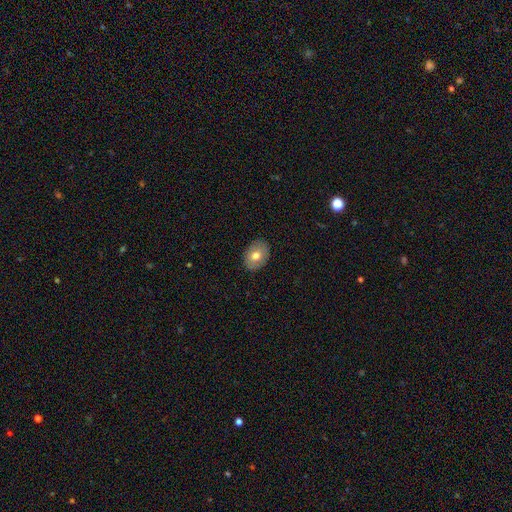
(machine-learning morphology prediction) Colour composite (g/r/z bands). It shows a smooth galaxy with no disk features (74%) that is in between round and cigar-shaped (72%). Merging: none (88%).